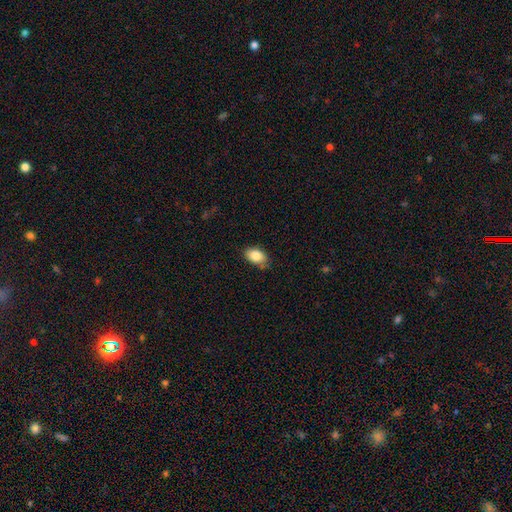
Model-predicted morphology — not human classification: This is clearly a smooth galaxy (85%). How rounded: clearly in between (90%). Merging: likely none (76%).